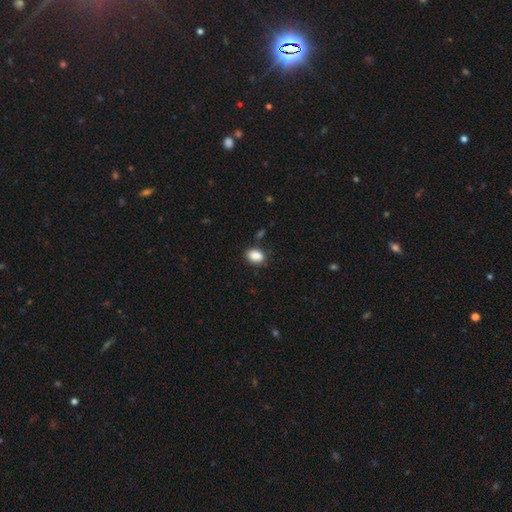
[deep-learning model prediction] Smooth or featured?
  - smooth: 88% *
  - star or artifact: 9%
  - featured or disk: 3%
How rounded?
  - in between: 77% *
  - round: 22%
  - cigar-shaped: 1%
Merging?
  - none: 81% *
  - minor disturbance: 14%
  - major disturbance: 3%
  - merger: 3%